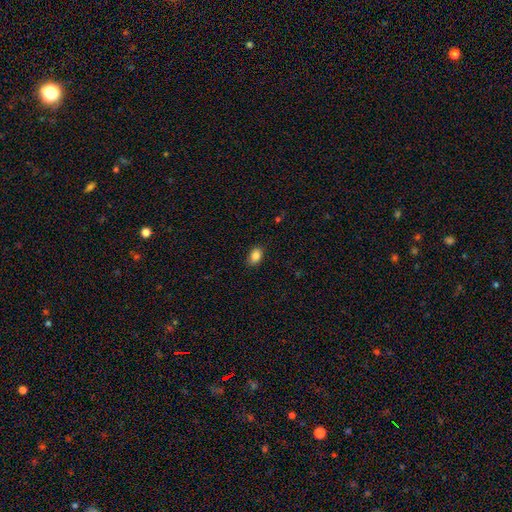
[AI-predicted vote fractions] smooth_or_featured: smooth (p=0.87) [alt: star or artifact p=0.09]
how_rounded: in between (p=0.83) [alt: round p=0.15]
merging: none (p=0.85) [alt: minor disturbance p=0.12]